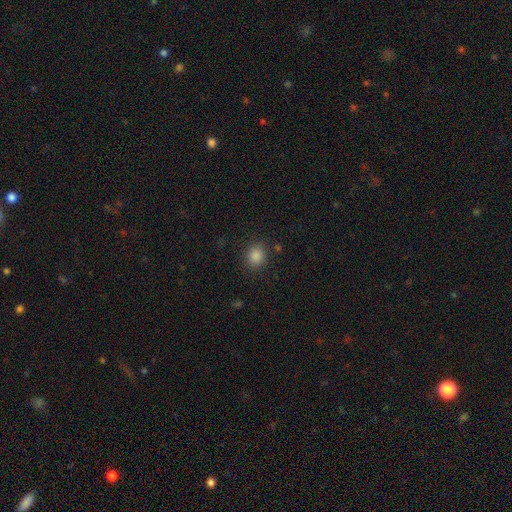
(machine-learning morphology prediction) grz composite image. It shows a smooth galaxy with no disk features (84%) that is round (76%). Merging: none (87%).